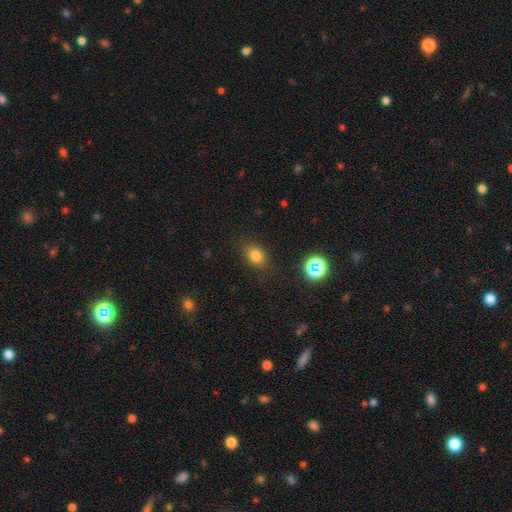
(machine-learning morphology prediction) Q: Smooth or featured?
A: smooth (78%); runner-up: star or artifact (15%)
Q: How rounded?
A: in between (59%); runner-up: round (39%)
Q: Merging?
A: none (83%); runner-up: minor disturbance (12%)